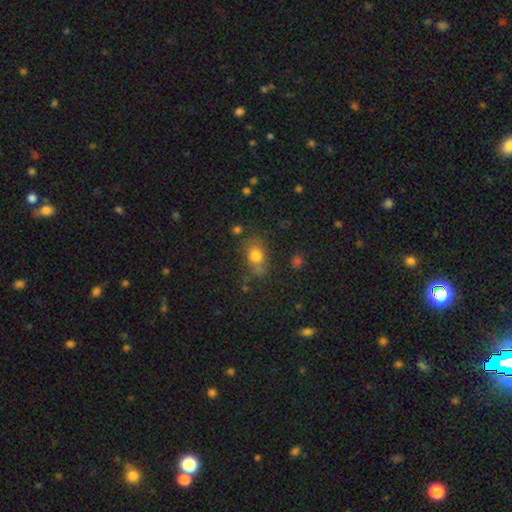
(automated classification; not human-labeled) Overall: smooth (76%). How rounded: in between (58%; round 40%). Merging: none (64%).